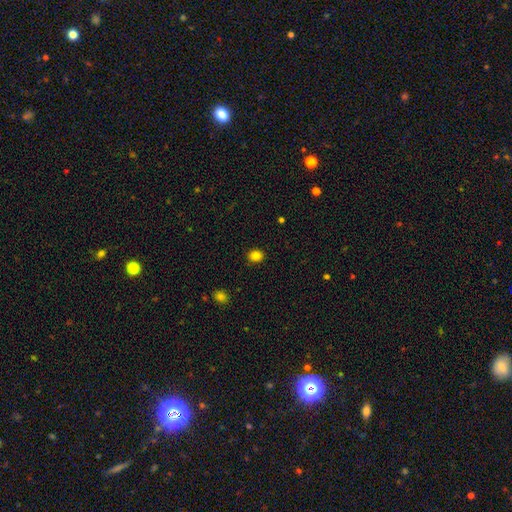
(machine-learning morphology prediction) Smooth or featured? Predicted: smooth (p=0.83). How rounded? Predicted: round (p=0.66). Merging? Predicted: none (p=0.89).